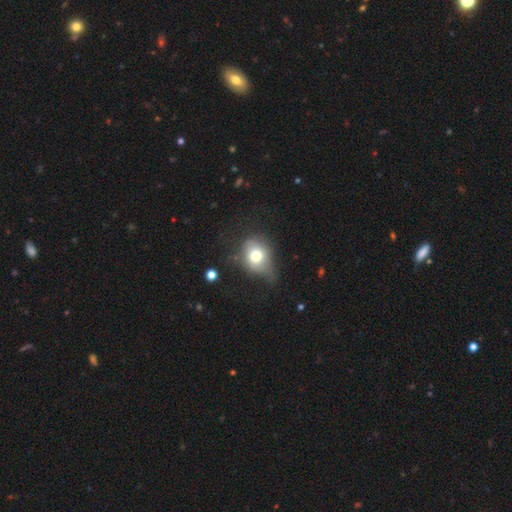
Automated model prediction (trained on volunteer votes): The model was most divided on "merging": none: 40%, minor disturbance: 38%, major disturbance: 19%, merger: 3%. More confident: smooth or featured — smooth (70%); how rounded — round (56%).